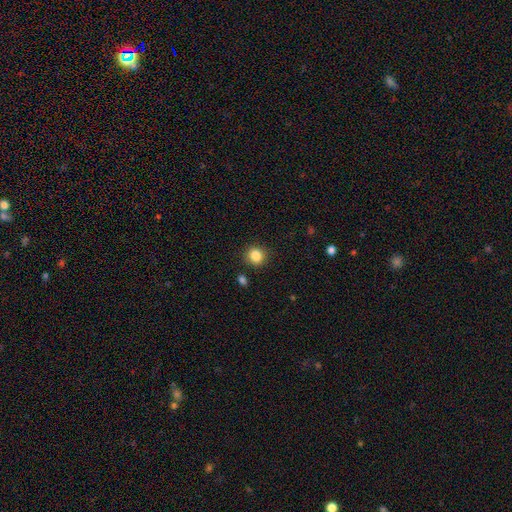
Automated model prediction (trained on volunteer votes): A smooth galaxy with no disk features (85%) that is round (86%). Merging: none (87%).